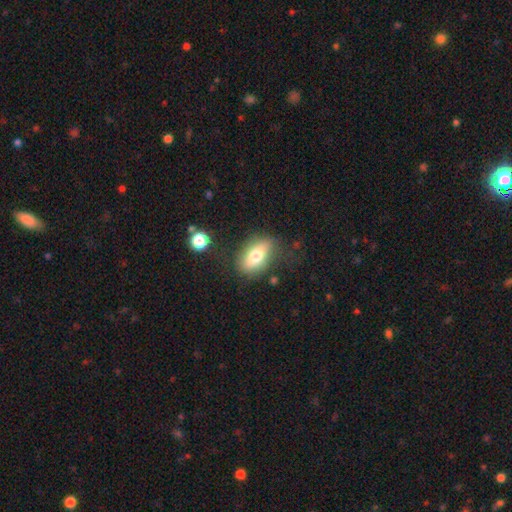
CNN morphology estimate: A smooth galaxy with no disk features (66%) that is in between round and cigar-shaped (83%). Merging: none (74%).